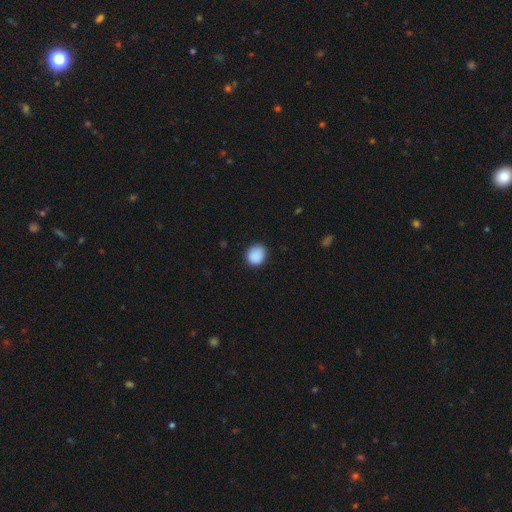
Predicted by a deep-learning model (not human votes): A smooth galaxy with no disk features (89%) that is round (77%).

Vote fractions:
- Smooth or featured? smooth: 89% / star or artifact: 8% / featured or disk: 3%
- How rounded? round: 77% / in between: 22% / cigar-shaped: 1%
- Merging? none: 83% / minor disturbance: 13% / major disturbance: 3% / merger: 1%